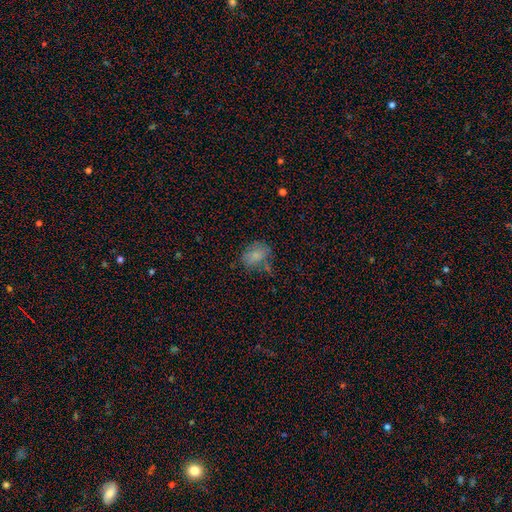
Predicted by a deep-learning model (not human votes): Smooth or featured? smooth (76%)
How rounded? in between (65%)
Merging? none (54%)